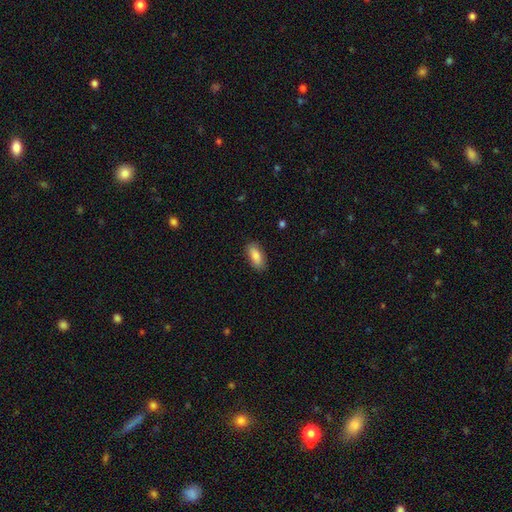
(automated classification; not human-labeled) This appears to be a smooth galaxy with no disk features (85%) that is in between round and cigar-shaped (85%). Merging: none (84%).